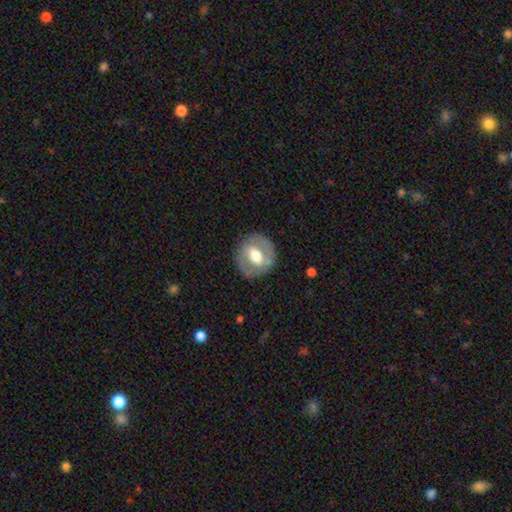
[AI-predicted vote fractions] A featured or disk galaxy (57%) with a weak bar (40%), no spiral arms (62%) and a moderate central bulge (60%). Merging: none (84%).